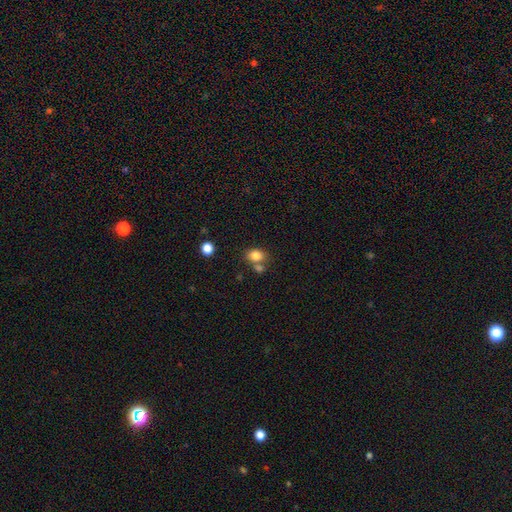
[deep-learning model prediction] smooth 82%, star or artifact 10%, featured or disk 8%. Down the decision tree: how rounded — in between (64%); merging — none (56%).